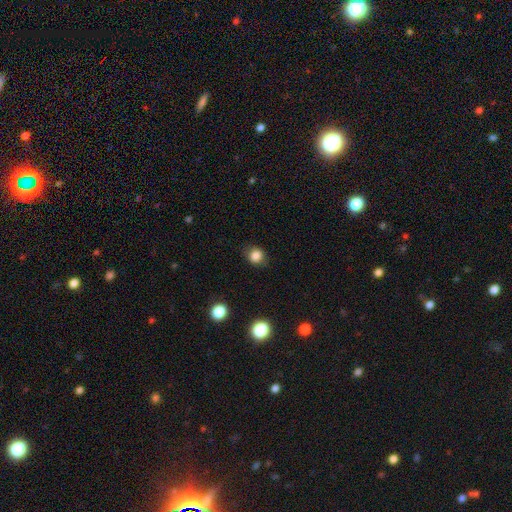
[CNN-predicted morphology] Smooth or featured?
  - smooth: 84% *
  - star or artifact: 11%
  - featured or disk: 5%
How rounded?
  - round: 73% *
  - in between: 26%
  - cigar-shaped: 1%
Merging?
  - none: 80% *
  - minor disturbance: 15%
  - major disturbance: 4%
  - merger: 1%